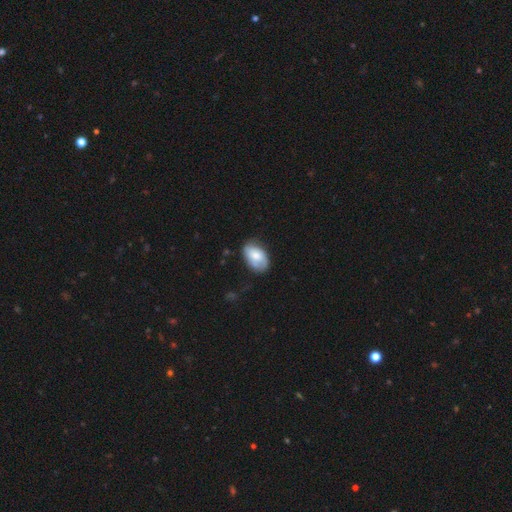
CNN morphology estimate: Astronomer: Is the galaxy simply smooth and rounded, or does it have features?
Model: smooth — 67%.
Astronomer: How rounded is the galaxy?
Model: in between — 89%.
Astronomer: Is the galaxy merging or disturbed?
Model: none — 59%.